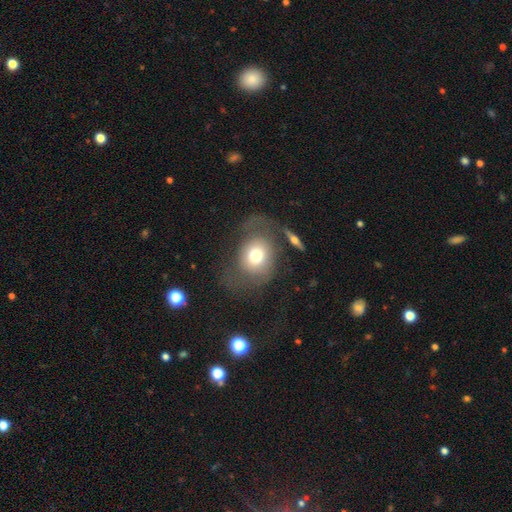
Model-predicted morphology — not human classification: Smooth or featured? smooth (66%)
How rounded? in between (52%)
Merging? none (46%)